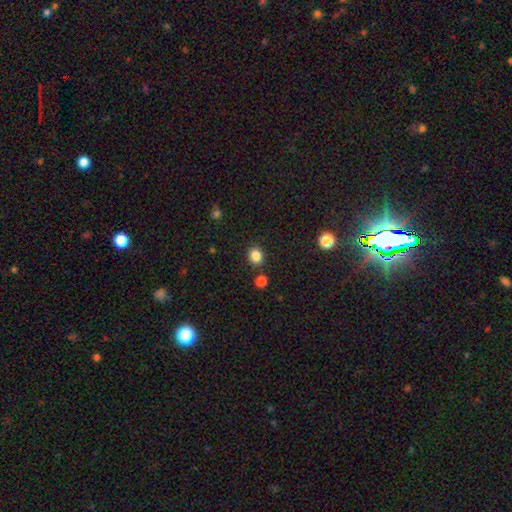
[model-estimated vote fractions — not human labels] Smooth or featured? smooth (84%)
How rounded? round (74%)
Merging? none (85%)